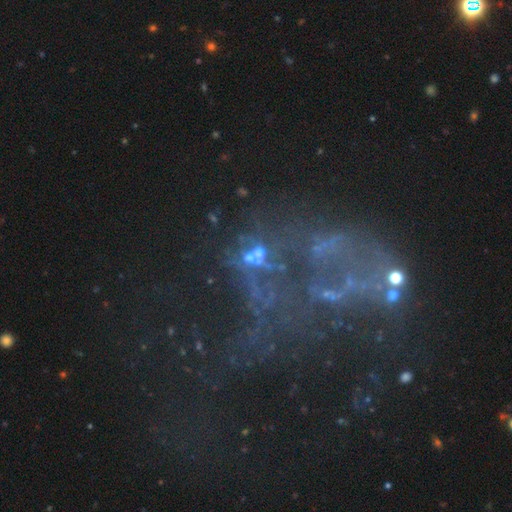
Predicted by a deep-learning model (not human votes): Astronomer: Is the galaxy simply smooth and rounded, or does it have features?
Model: featured or disk — 46% (runner-up: star or artifact, 40%).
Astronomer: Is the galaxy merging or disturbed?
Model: major disturbance — 44% (runner-up: none, 26%).